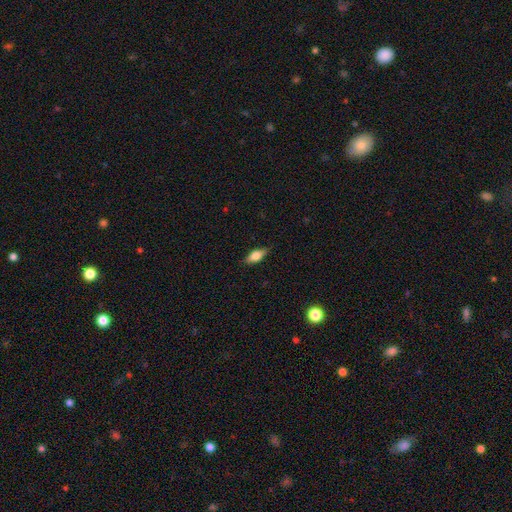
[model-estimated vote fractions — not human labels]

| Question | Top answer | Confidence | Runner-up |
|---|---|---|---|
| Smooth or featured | smooth | 65% | featured or disk (27%) |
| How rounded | in between | 76% | cigar-shaped (21%) |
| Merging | none | 84% | minor disturbance (13%) |